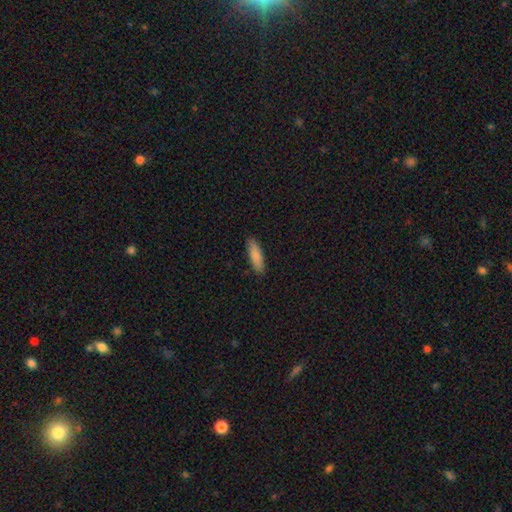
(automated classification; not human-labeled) The model was most divided on "how rounded": cigar-shaped: 59%, in between: 39%, round: 2%. More confident: merging — none (89%); smooth or featured — smooth (86%).